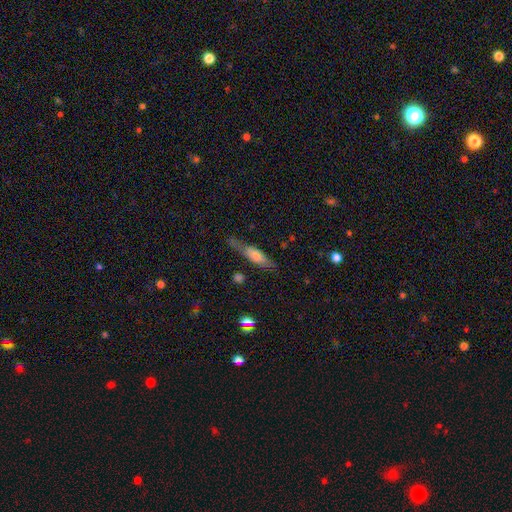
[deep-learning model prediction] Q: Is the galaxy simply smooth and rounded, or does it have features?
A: smooth — 56%.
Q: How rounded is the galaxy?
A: cigar-shaped — 69%.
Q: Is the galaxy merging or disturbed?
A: none — 64%.